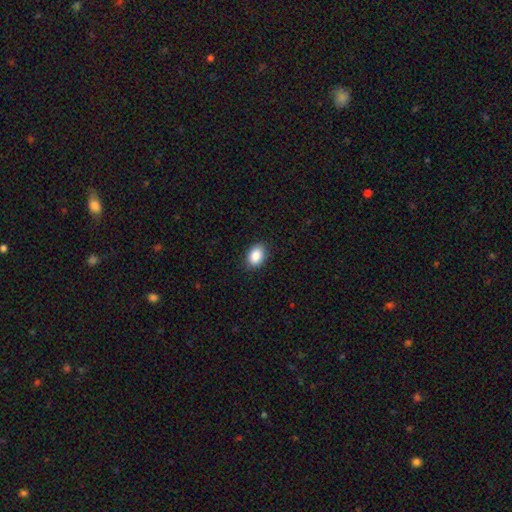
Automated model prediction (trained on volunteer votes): Q: Smooth or featured?
A: smooth (88%); runner-up: star or artifact (8%)
Q: How rounded?
A: in between (76%); runner-up: round (23%)
Q: Merging?
A: none (87%); runner-up: minor disturbance (10%)